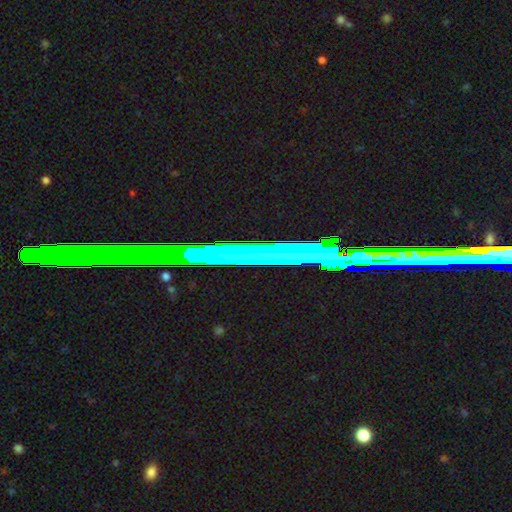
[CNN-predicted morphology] Smooth or featured? star or artifact (60%)